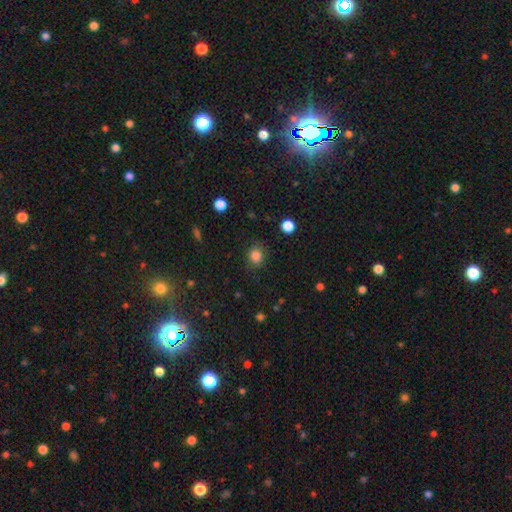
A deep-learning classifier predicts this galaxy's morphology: This appears to be a smooth galaxy with no disk features (84%) that is round (68%). Merging: none (80%).